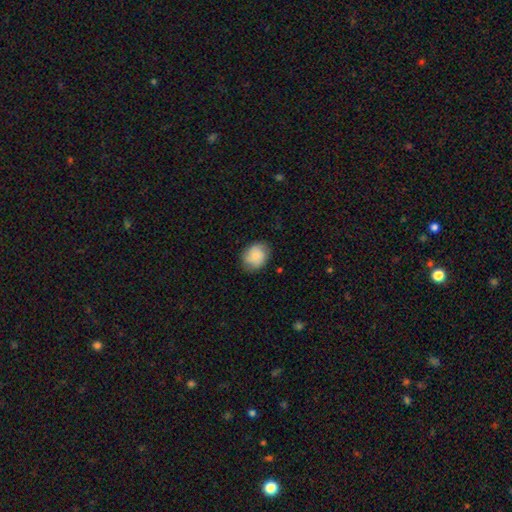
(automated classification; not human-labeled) A smooth galaxy with no disk features (69%) that is round (54%). Merging: none (77%).